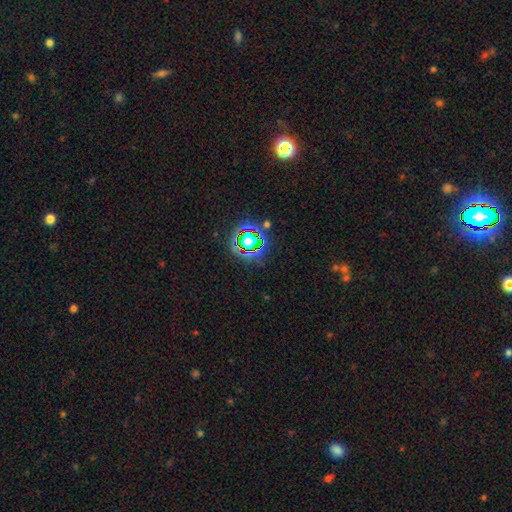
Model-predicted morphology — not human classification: Q: Smooth or featured?
A: star or artifact (75%); runner-up: smooth (15%)